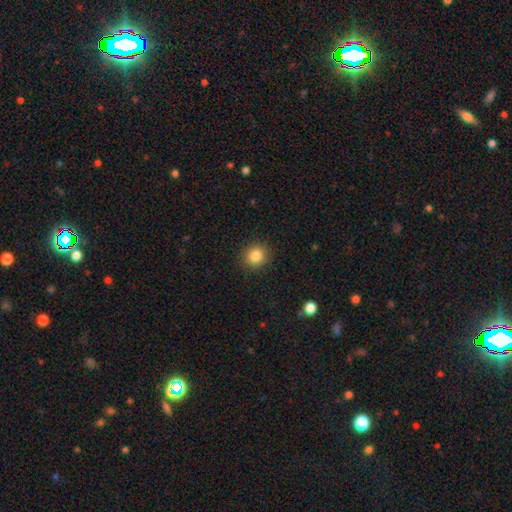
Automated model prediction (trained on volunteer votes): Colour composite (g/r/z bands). It shows a smooth galaxy with no disk features (84%) that is round (83%). Merging: none (90%).